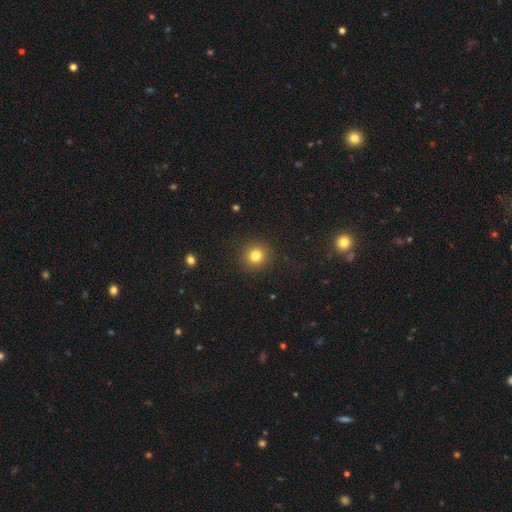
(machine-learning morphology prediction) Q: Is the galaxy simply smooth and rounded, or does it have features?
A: smooth — 81%.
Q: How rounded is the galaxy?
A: round — 92%.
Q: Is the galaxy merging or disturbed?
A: none — 91%.